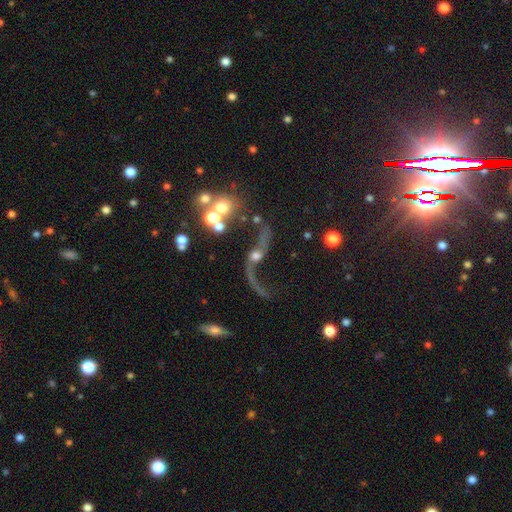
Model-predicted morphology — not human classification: This is clearly a featured or disk galaxy (81%). It is clearly not viewed edge-on (93%). Bar: likely no (63%). Spiral arm pattern: clearly yes (90%). Spiral arm count: clearly 2 (88%). Spiral winding: clearly loose (95%). Central bulge: possibly moderate (47%). Merging: marginally none (42%).